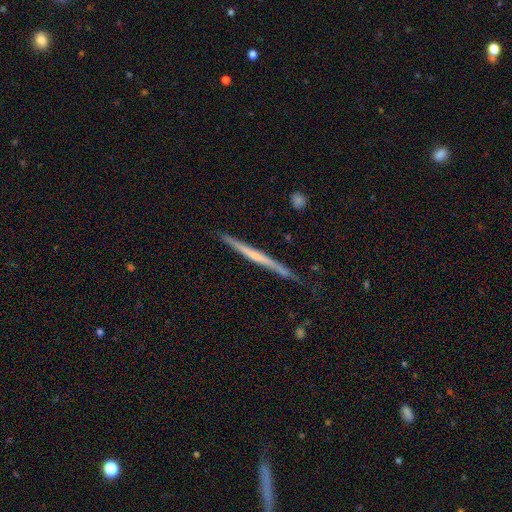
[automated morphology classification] Overall: featured or disk (65%; smooth 30%). Edge-on disk: yes (97%). Edge-on bulge: none (64%; rounded 29%). Merging: none (79%).